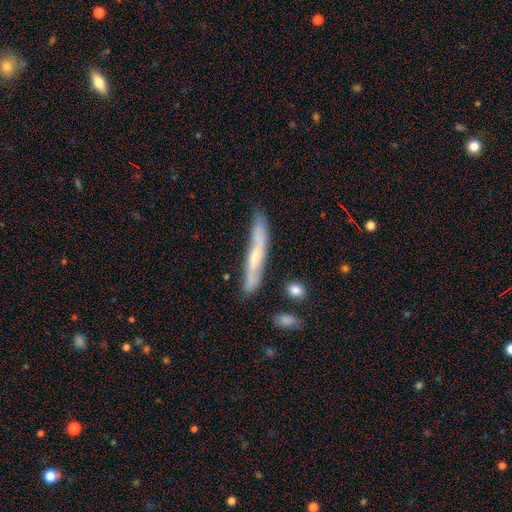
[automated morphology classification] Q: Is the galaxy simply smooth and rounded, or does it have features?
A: featured or disk — 54%.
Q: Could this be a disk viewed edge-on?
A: yes — 74%.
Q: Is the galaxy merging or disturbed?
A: none — 73%.